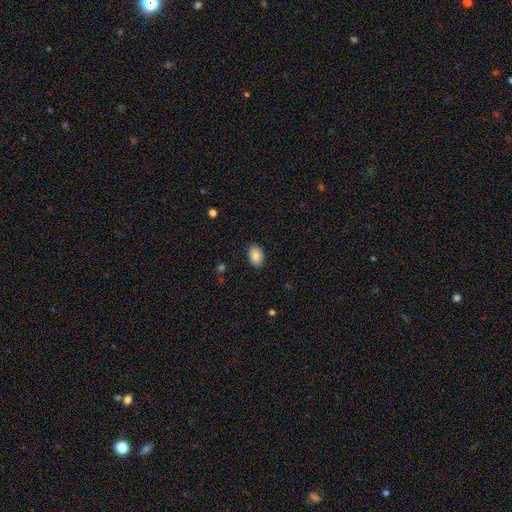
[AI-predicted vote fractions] smooth-or-featured: smooth: 83% | featured or disk: 9% | star or artifact: 7%
  how-rounded: in between: 87% | round: 12% | cigar-shaped: 1%
  merging: none: 87% | minor disturbance: 10% | major disturbance: 2% | merger: 1%